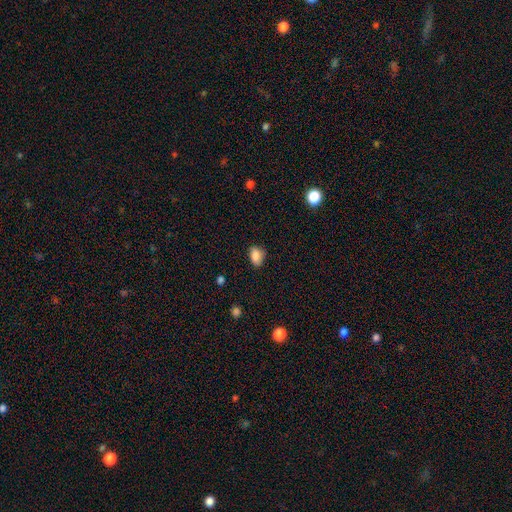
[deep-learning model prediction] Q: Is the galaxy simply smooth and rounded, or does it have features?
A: smooth — 85%.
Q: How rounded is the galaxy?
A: in between — 81%.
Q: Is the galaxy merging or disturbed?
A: none — 76%.